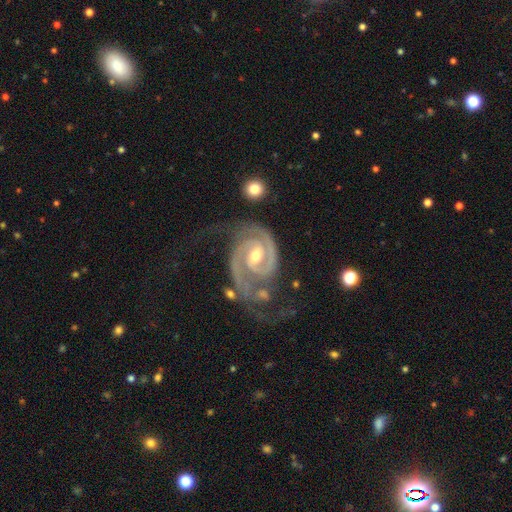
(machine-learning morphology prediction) A featured or disk galaxy (94%) with a weak bar (45%), 2 (86%) tight (61%) spiral arms (99%) and a moderate central bulge (65%). Merging: none (54%).